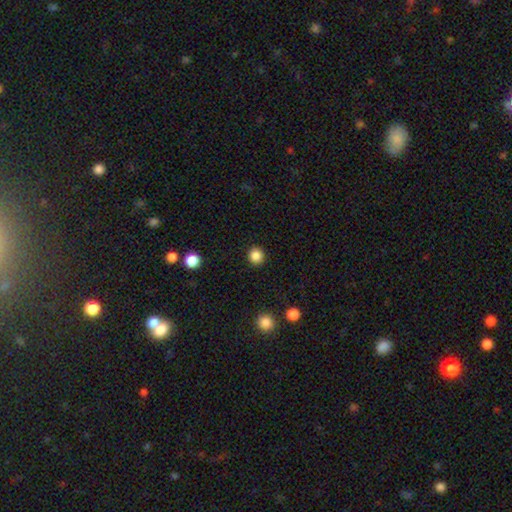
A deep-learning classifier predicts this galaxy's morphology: Smooth or featured?
  - smooth: 85% *
  - star or artifact: 11%
  - featured or disk: 3%
How rounded?
  - round: 91% *
  - in between: 8%
  - cigar-shaped: 1%
Merging?
  - none: 92% *
  - minor disturbance: 5%
  - major disturbance: 2%
  - merger: 1%